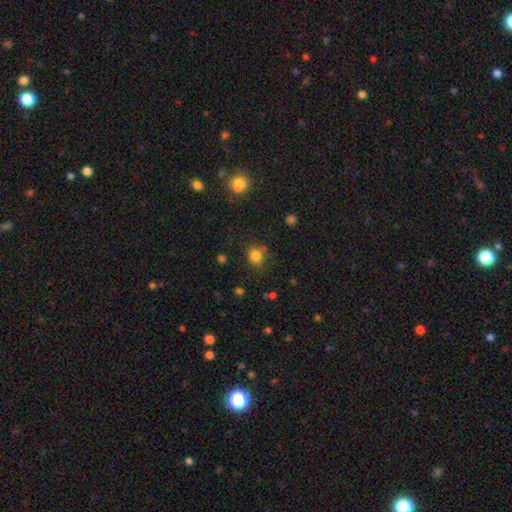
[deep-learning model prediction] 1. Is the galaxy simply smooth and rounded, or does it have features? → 80% smooth, 14% star or artifact, 6% featured or disk.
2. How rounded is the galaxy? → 74% round, 25% in between, 1% cigar-shaped.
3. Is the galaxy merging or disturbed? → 71% none, 17% minor disturbance, 6% merger, 6% major disturbance.